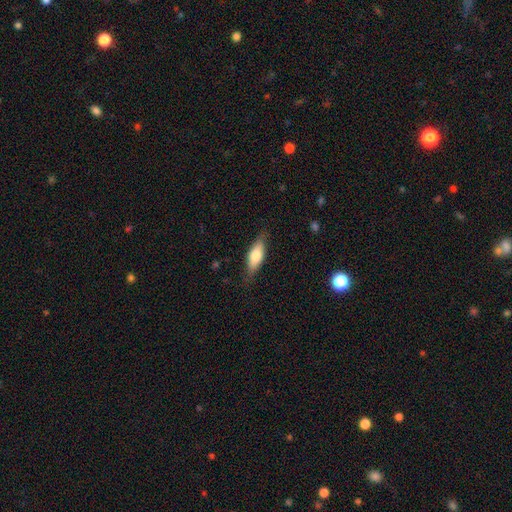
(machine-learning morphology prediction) This appears to be a smooth galaxy with no disk features (68%) that is in between round and cigar-shaped (72%). Merging: none (79%).